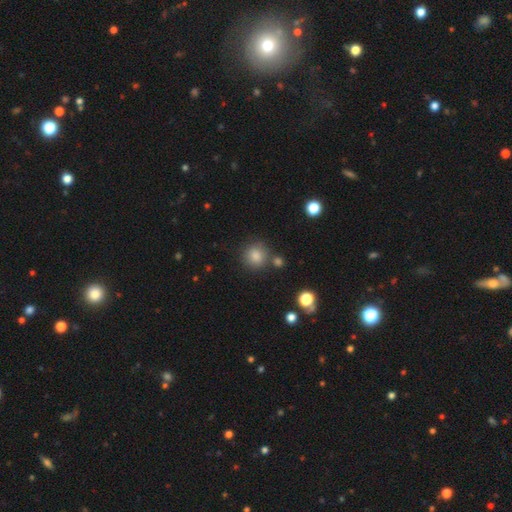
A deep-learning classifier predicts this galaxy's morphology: Smooth or featured? smooth (81%)
How rounded? round (92%)
Merging? none (79%)